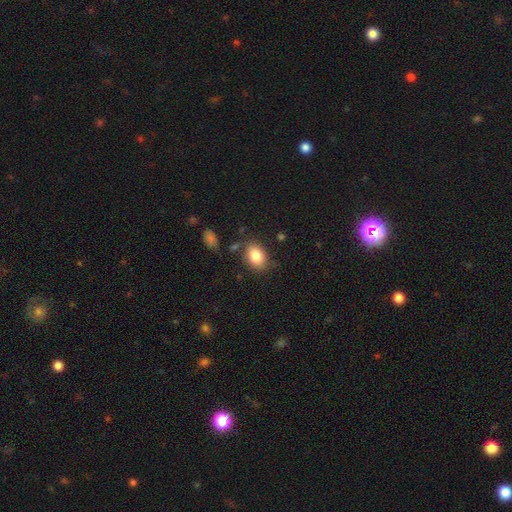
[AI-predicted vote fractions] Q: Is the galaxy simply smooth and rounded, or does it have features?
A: smooth — 82%.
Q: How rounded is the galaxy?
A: in between — 80%.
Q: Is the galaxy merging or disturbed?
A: none — 78%.